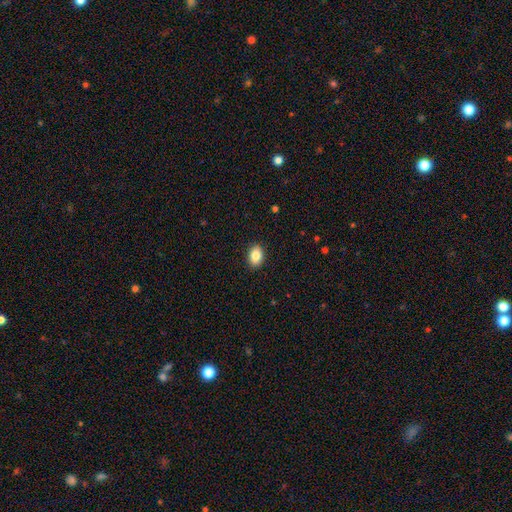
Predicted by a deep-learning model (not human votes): Smooth or featured? smooth (85%)
How rounded? in between (83%)
Merging? none (90%)